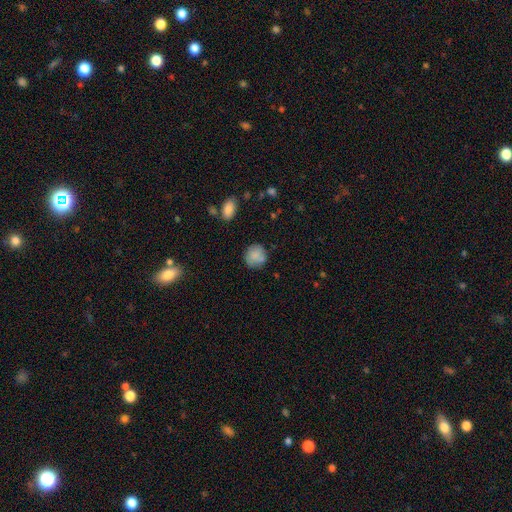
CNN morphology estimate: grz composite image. It shows a smooth galaxy with no disk features (81%) that is round (85%). Merging: none (72%).